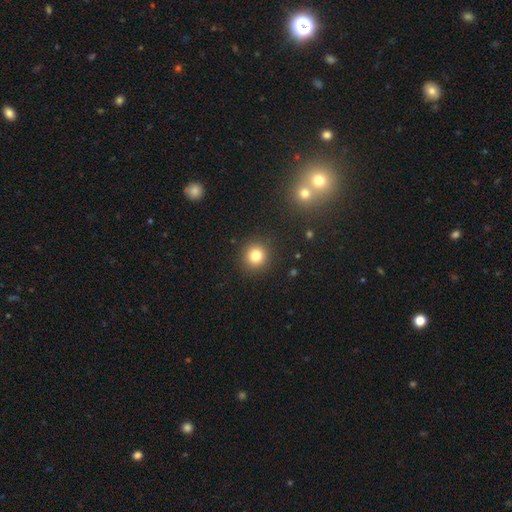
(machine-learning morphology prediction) Smooth or featured? smooth (81%)
How rounded? round (91%)
Merging? none (90%)